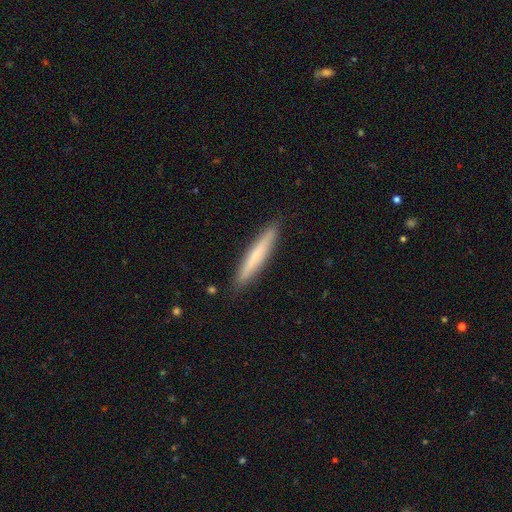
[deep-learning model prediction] Smooth or featured?
  - smooth: 64% *
  - featured or disk: 30%
  - star or artifact: 6%
How rounded?
  - cigar-shaped: 95% *
  - in between: 4%
  - round: 1%
Merging?
  - none: 91% *
  - minor disturbance: 7%
  - major disturbance: 1%
  - merger: 1%